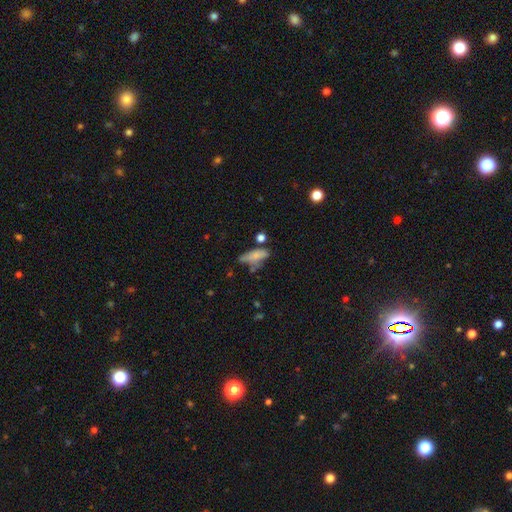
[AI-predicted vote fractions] Q: Smooth or featured?
A: smooth (71%); runner-up: featured or disk (19%)
Q: How rounded?
A: in between (68%); runner-up: cigar-shaped (28%)
Q: Merging?
A: none (43%); runner-up: minor disturbance (27%)